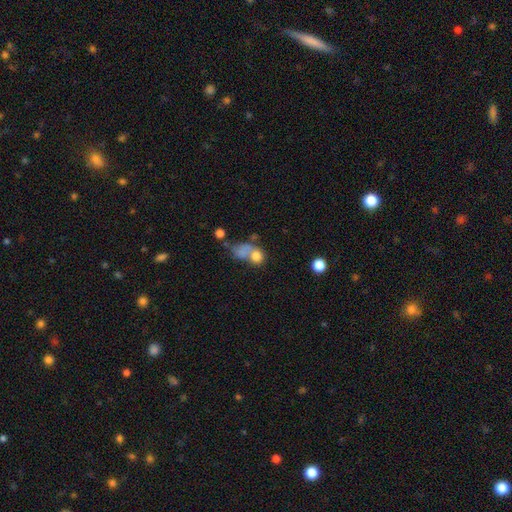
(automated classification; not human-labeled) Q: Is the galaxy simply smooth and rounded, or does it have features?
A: smooth — 74%.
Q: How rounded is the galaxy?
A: round — 62%.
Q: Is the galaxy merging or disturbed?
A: merger — 50%.